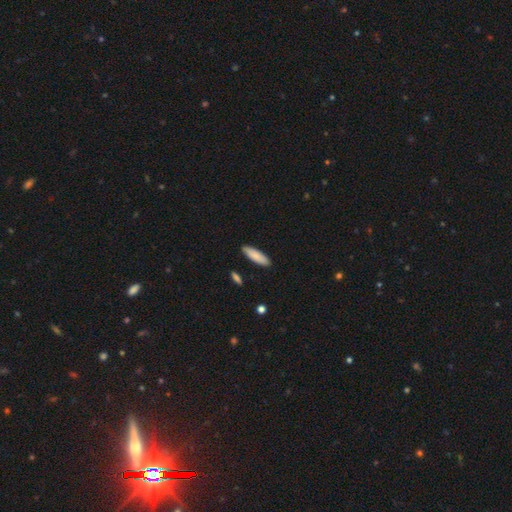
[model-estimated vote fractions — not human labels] smooth 86%, featured or disk 8%, star or artifact 6%. Down the decision tree: how rounded — cigar-shaped (56%); merging — none (89%).